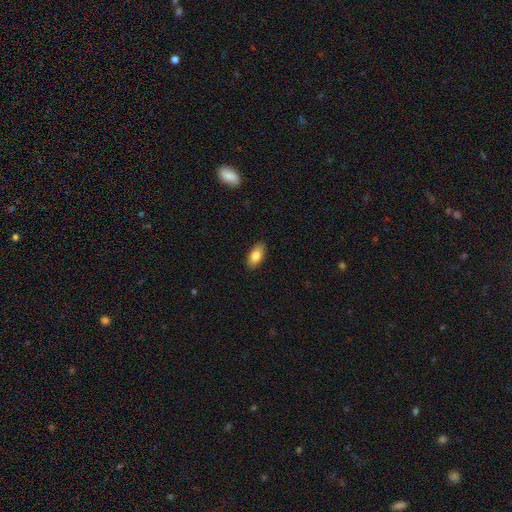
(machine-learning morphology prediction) smooth_or_featured: smooth (p=0.83) [alt: featured or disk p=0.10]
how_rounded: in between (p=0.91) [alt: cigar-shaped p=0.05]
merging: none (p=0.88) [alt: minor disturbance p=0.09]